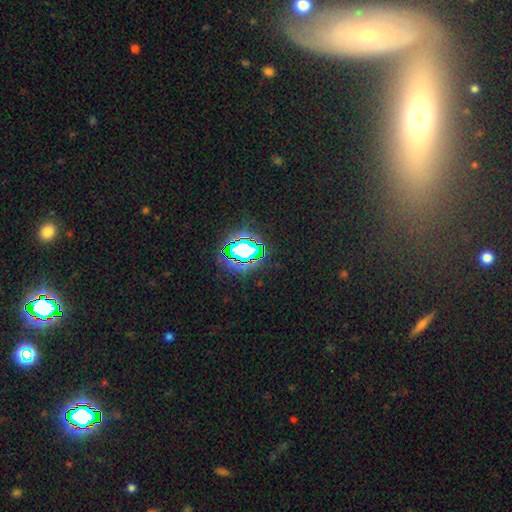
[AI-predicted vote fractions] Q: Smooth or featured?
A: star or artifact (70%); runner-up: smooth (18%)